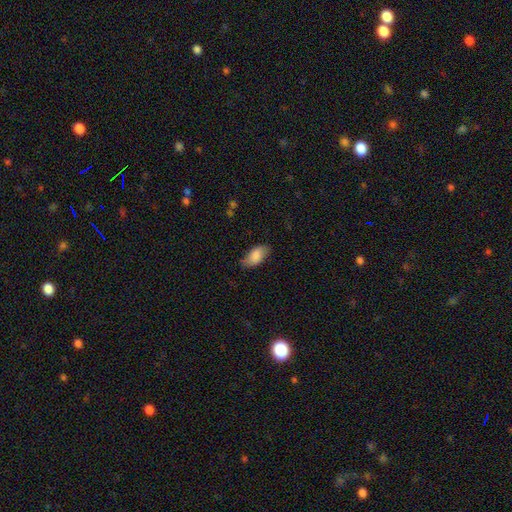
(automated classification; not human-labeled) Overall: smooth (82%). How rounded: in between (93%). Merging: none (75%).